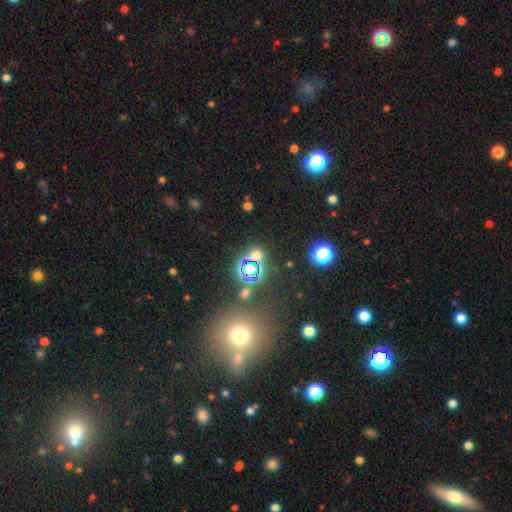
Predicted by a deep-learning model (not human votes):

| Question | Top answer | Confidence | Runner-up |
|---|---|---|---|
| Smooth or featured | star or artifact | 53% | smooth (39%) |